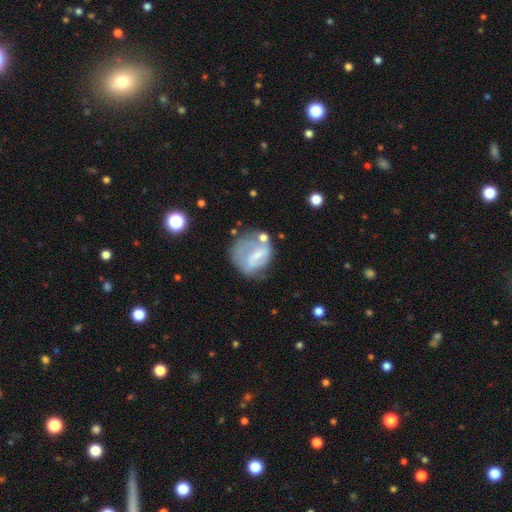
A featured or disk galaxy (55%) with a weak bar (76%), tight (43%) spiral arms (67%) and a small central bulge (48%).

Vote fractions:
- Smooth or featured? featured or disk: 55% / smooth: 42% / star or artifact: 3%
- Edge-on disk? no: 100% / yes: 0%
- Bar? weak: 76% / no: 14% / strong: 10%
- Spiral arms? yes: 67% / no: 33%
- Spiral winding? tight: 43% / loose: 36% / medium: 21%
- Spiral arm count? can't tell: 50% / 2: 36% / 1: 7% / 3: 7% / 4: 0% / more than 4: 0%
- Bulge size? small: 48% / none: 33% / moderate: 19% / dominant: 0% / large: 0%
- Merging? major disturbance: 49% / none: 38% / minor disturbance: 8% / merger: 5%